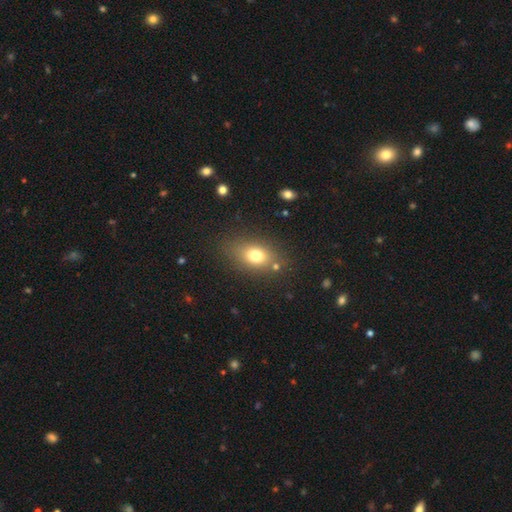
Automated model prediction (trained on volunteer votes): Overall: smooth (74%). How rounded: in between (69%). Merging: none (77%).